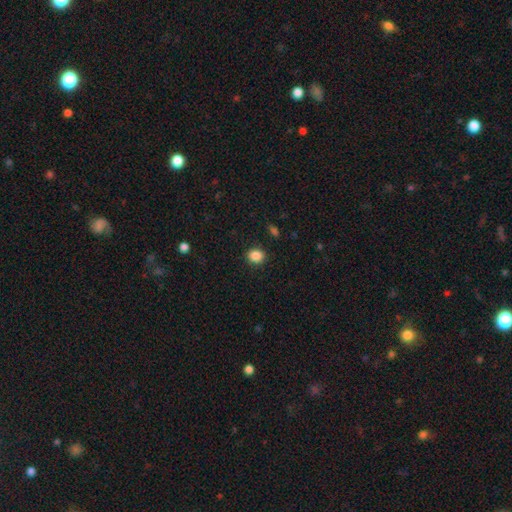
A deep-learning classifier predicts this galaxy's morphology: Q: Smooth or featured?
A: smooth (87%); runner-up: star or artifact (10%)
Q: How rounded?
A: round (61%); runner-up: in between (38%)
Q: Merging?
A: none (89%); runner-up: minor disturbance (8%)